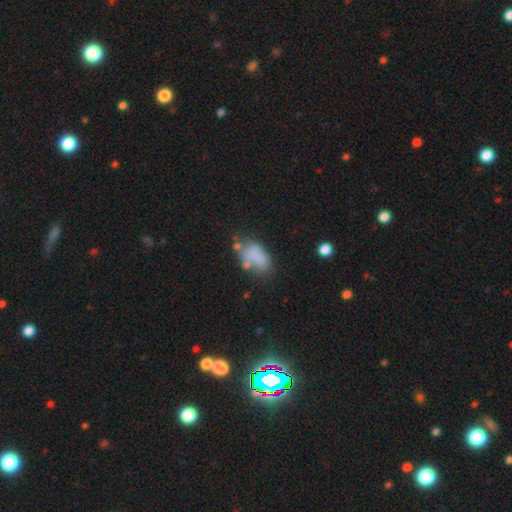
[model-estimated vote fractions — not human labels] Smooth or featured? smooth (62%)
How rounded? in between (88%)
Merging? none (36%)